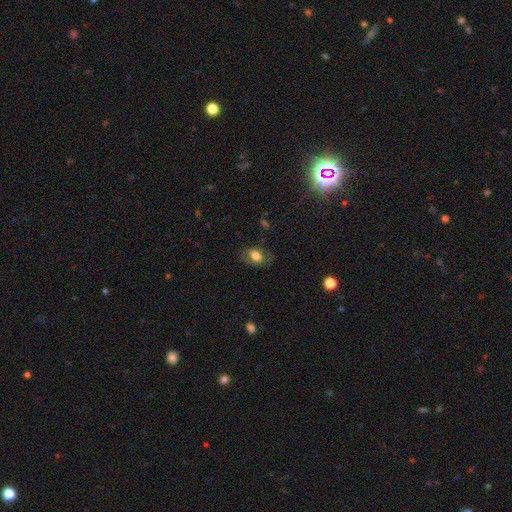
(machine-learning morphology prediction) The model was most divided on "smooth or featured": smooth: 73%, featured or disk: 17%, star or artifact: 10%. More confident: how rounded — in between (83%); merging — none (74%).